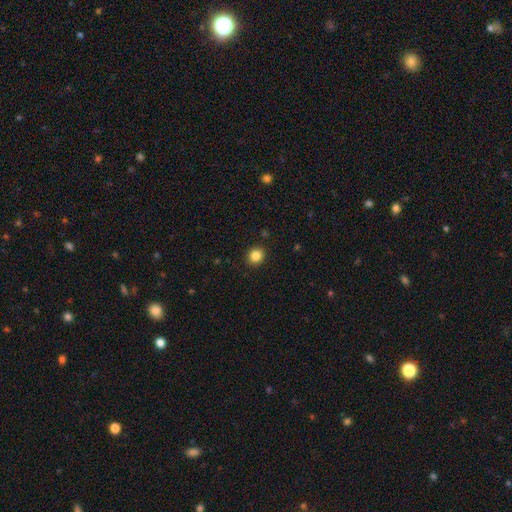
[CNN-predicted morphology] This is clearly a smooth galaxy (84%). How rounded: likely round (80%). Merging: clearly none (91%).